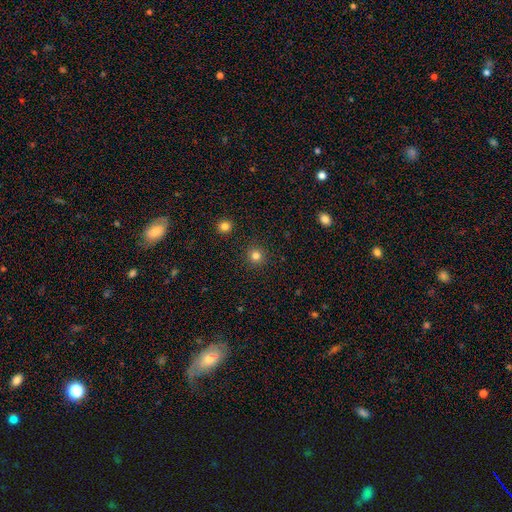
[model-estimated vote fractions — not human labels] Smooth or featured?
  - smooth: 80% *
  - star or artifact: 14%
  - featured or disk: 5%
How rounded?
  - round: 95% *
  - in between: 4%
  - cigar-shaped: 1%
Merging?
  - none: 92% *
  - minor disturbance: 5%
  - major disturbance: 2%
  - merger: 1%